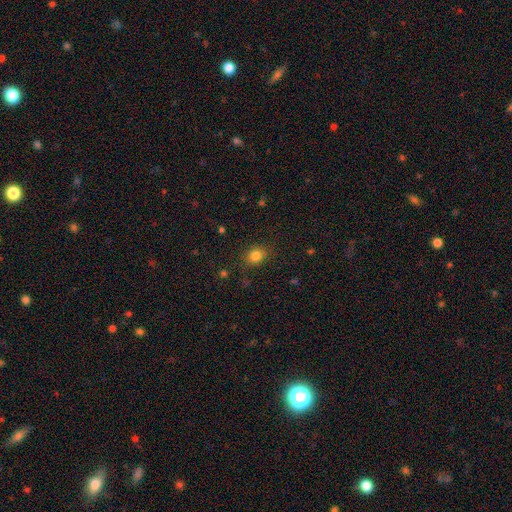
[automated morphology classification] type=smooth (82%); roundness=round (61%); merging=none (84%).